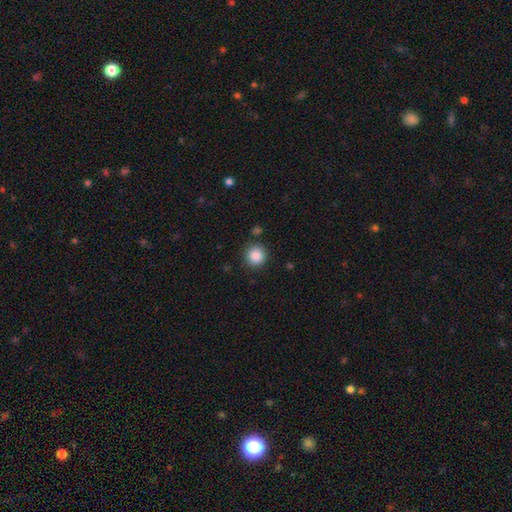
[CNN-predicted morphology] A smooth galaxy with no disk features (87%) that is round (93%). Merging: none (87%).